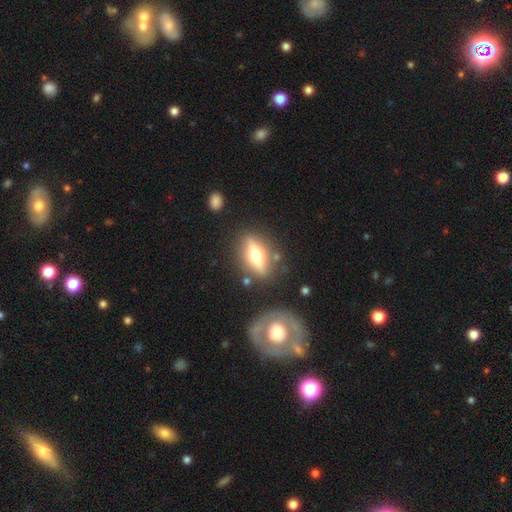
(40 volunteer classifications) featured or disk 60%, smooth 38%, star or artifact 2%. Down the decision tree: edge-on disk — yes (92%); edge-on bulge — rounded (91%); merging — none (90%).